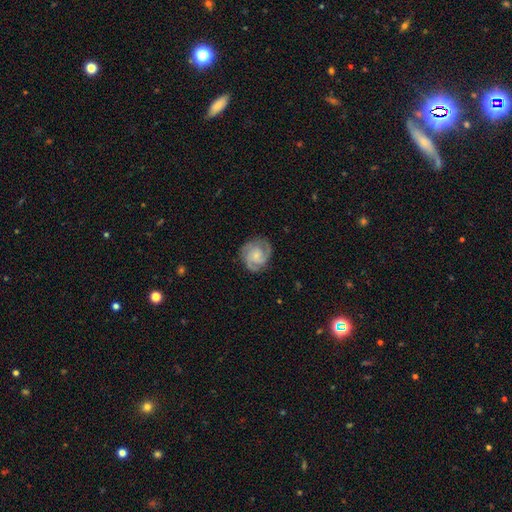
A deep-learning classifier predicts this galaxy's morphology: A featured or disk galaxy (81%) with no bar (69%), 3 (43%) tight (56%) spiral arms (97%) and a small central bulge (62%).

Vote fractions:
- Smooth or featured? featured or disk: 81% / smooth: 14% / star or artifact: 5%
- Edge-on disk? no: 98% / yes: 2%
- Bar? no: 69% / weak: 27% / strong: 4%
- Spiral arms? yes: 97% / no: 3%
- Spiral winding? tight: 56% / medium: 38% / loose: 6%
- Spiral arm count? 3: 43% / 2: 33% / can't tell: 11% / 4: 5% / 1: 4% / more than 4: 4%
- Bulge size? small: 62% / moderate: 24% / none: 11% / large: 2% / dominant: 1%
- Merging? none: 80% / minor disturbance: 14% / major disturbance: 5% / merger: 1%